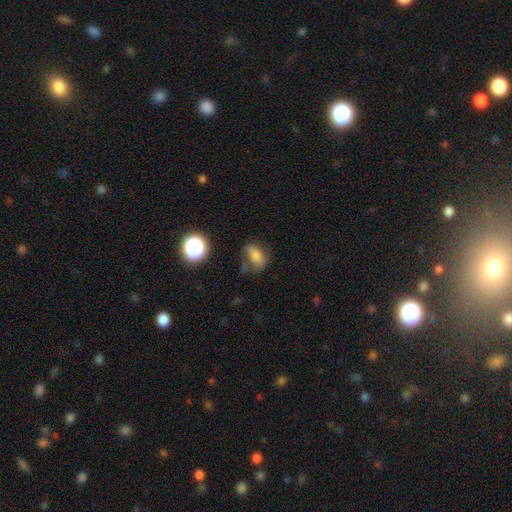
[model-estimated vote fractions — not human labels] This appears to be a smooth galaxy with no disk features (68%) that is in between round and cigar-shaped (78%). Merging: none (51%).